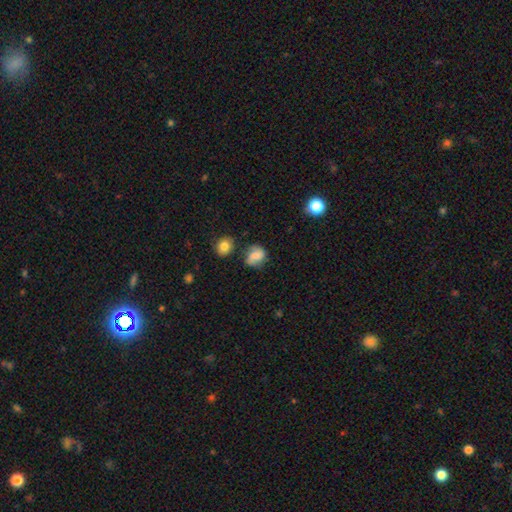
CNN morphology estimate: The model was most divided on "how rounded": round: 56%, in between: 43%, cigar-shaped: 1%. More confident: smooth or featured — smooth (60%); merging — none (57%).